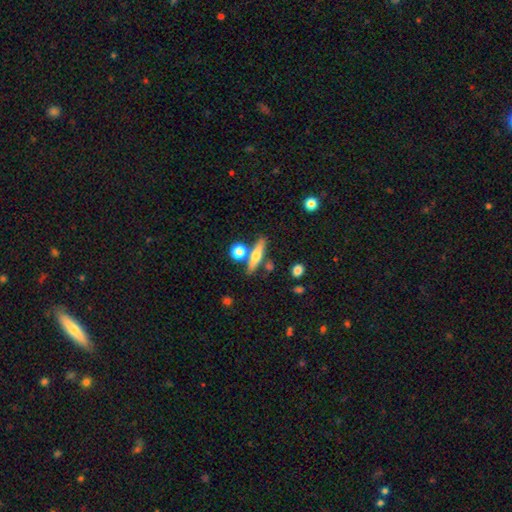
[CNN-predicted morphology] smooth-or-featured: smooth: 51% | featured or disk: 42% | star or artifact: 7%
  how-rounded: cigar-shaped: 73% | in between: 20% | round: 7%
  merging: none: 72% | merger: 14% | minor disturbance: 10% | major disturbance: 3%